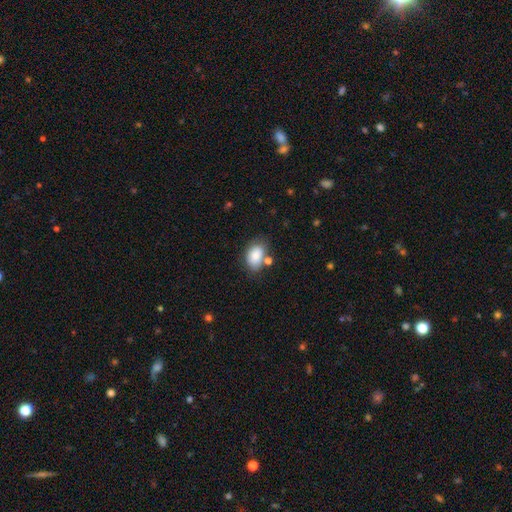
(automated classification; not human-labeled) Morphology: type=smooth (83%); roundness=in between (86%); merging=none (62%).